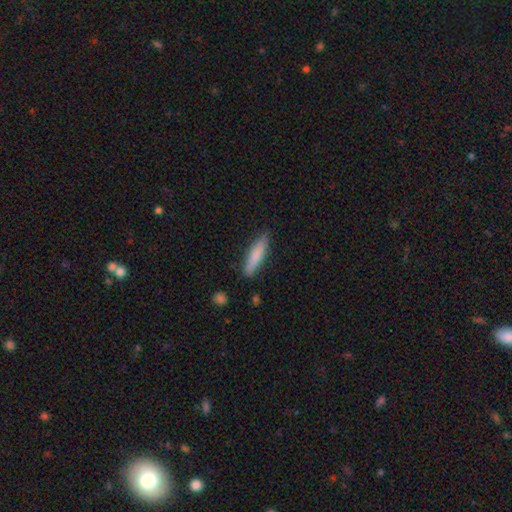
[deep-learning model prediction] Overall: smooth (78%). How rounded: cigar-shaped (82%). Merging: none (85%).